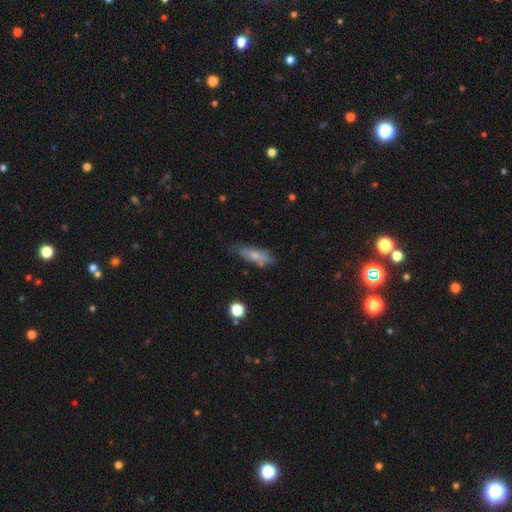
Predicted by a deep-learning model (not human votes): Smooth or featured?
  - smooth: 61% *
  - featured or disk: 31%
  - star or artifact: 8%
How rounded?
  - in between: 60% *
  - cigar-shaped: 37%
  - round: 3%
Merging?
  - none: 57% *
  - minor disturbance: 29%
  - major disturbance: 9%
  - merger: 4%